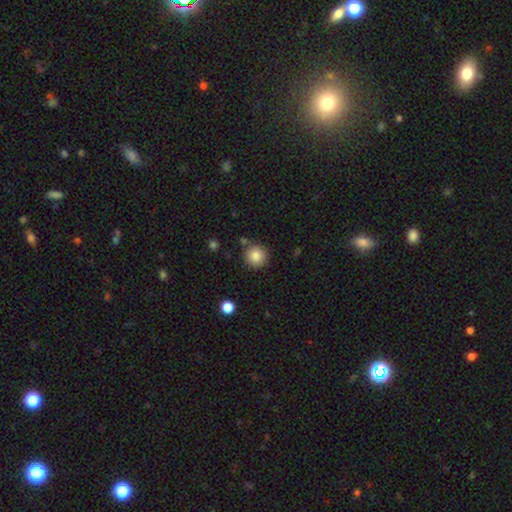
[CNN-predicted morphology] Smooth or featured? smooth (86%)
How rounded? round (95%)
Merging? none (84%)